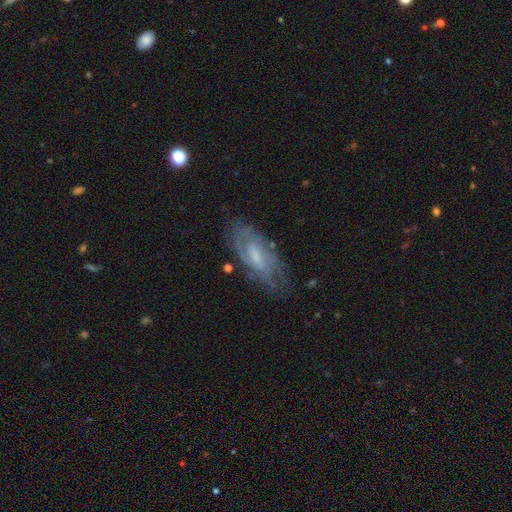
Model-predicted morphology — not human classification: Smooth or featured: featured or disk — 64% (smooth — 27%)
Edge-on disk: no — 82% (yes — 18%)
Bar: weak — 48% (no — 37%)
Spiral arms: yes — 73% (no — 27%)
Bulge size: small — 37% (tied with moderate — 37%)
Merging: none — 69% (minor disturbance — 21%)